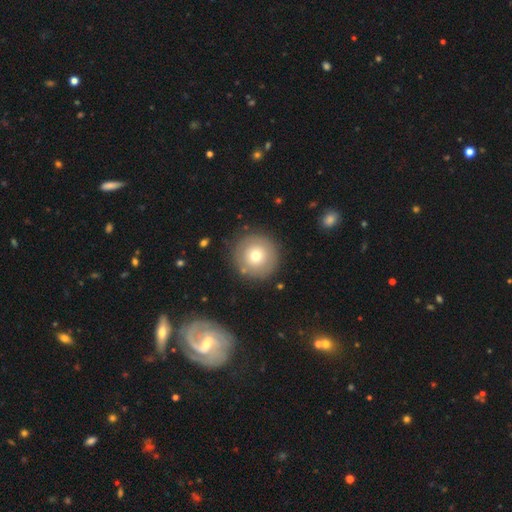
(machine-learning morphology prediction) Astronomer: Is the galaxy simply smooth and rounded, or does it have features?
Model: smooth — 71%.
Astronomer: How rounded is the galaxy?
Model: round — 96%.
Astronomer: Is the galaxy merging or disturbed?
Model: none — 86%.